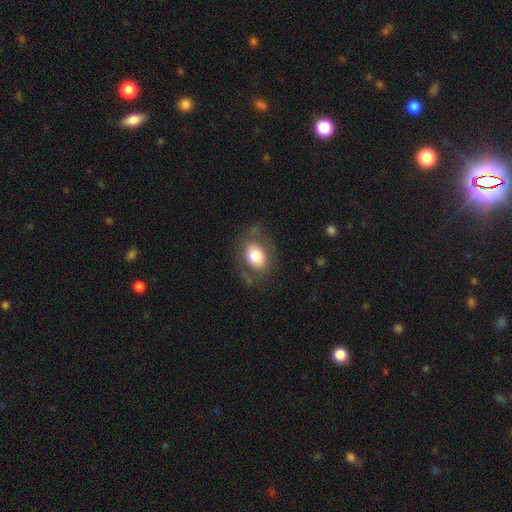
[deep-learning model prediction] Smooth or featured? Predicted: smooth (p=0.67). How rounded? Predicted: in between (p=0.72). Merging? Predicted: none (p=0.70).